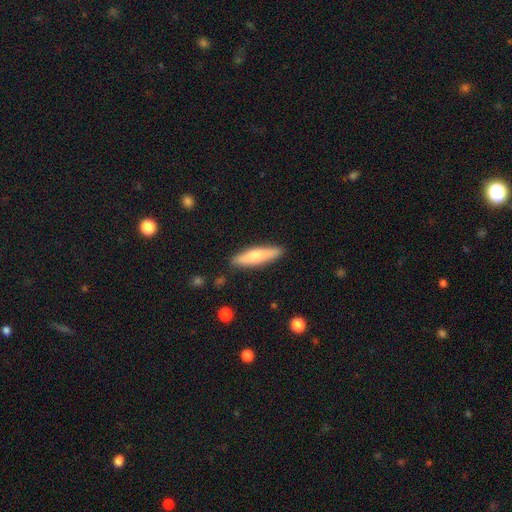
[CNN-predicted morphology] Overall: smooth (68%). How rounded: cigar-shaped (75%). Merging: none (87%).